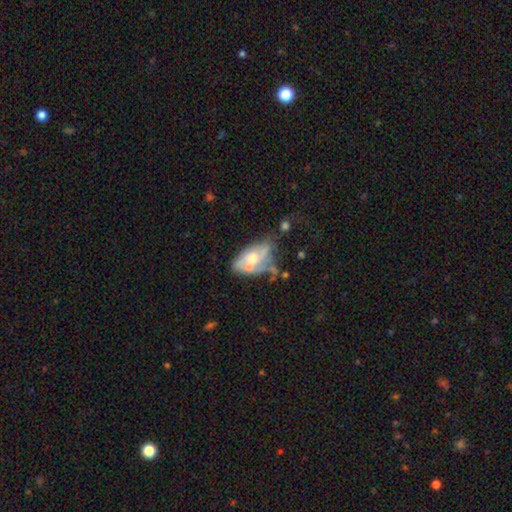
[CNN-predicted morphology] A featured or disk galaxy (53%).

Vote fractions:
- Smooth or featured? featured or disk: 53% / smooth: 37% / star or artifact: 10%
- Edge-on disk? no: 92% / yes: 8%
- Merging? merger: 35% / major disturbance: 24% / none: 23% / minor disturbance: 19%